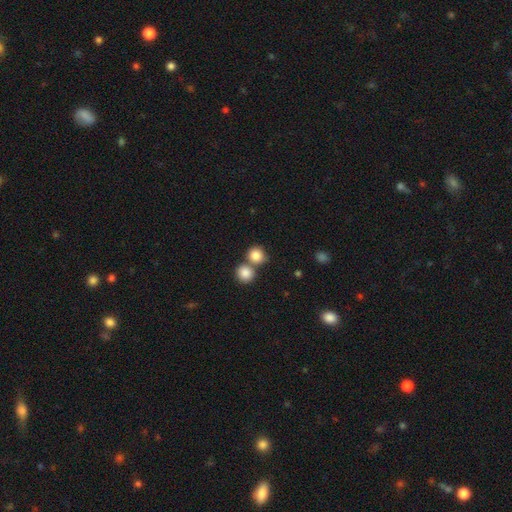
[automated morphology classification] A smooth galaxy with no disk features (85%) that is round (82%). Merging: none (49%).